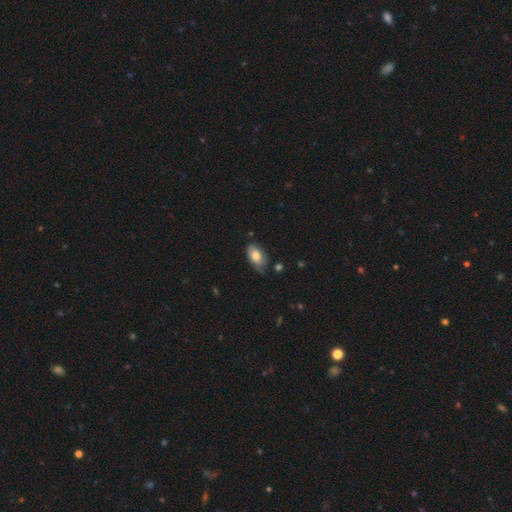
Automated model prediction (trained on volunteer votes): Smooth or featured: smooth — 69% (featured or disk — 24%)
How rounded: in between — 92% (round — 6%)
Merging: none — 58% (minor disturbance — 32%)